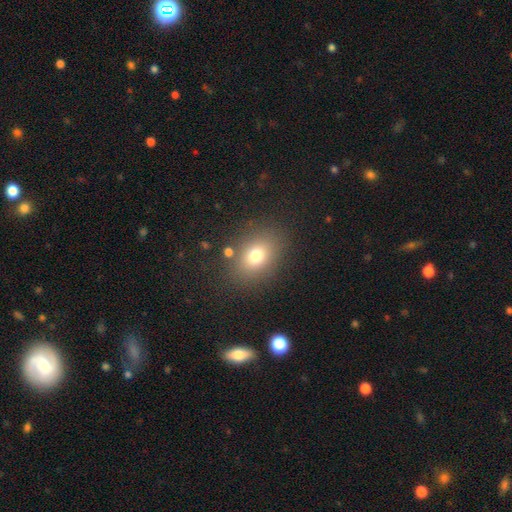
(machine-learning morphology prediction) smooth 75%, star or artifact 14%, featured or disk 11%. Down the decision tree: how rounded — in between (62%); merging — none (82%).